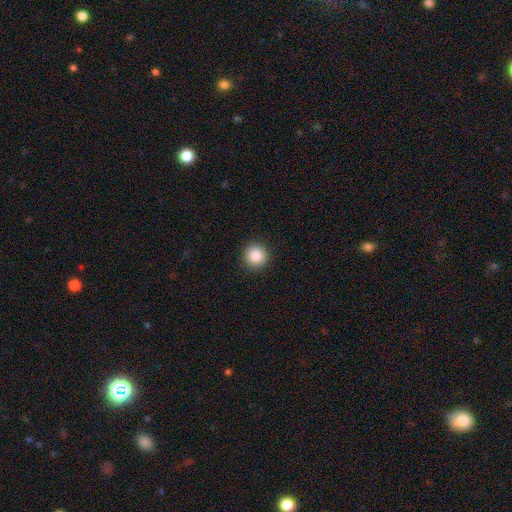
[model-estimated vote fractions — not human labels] This appears to be a smooth galaxy with no disk features (85%) that is round (95%). Merging: none (93%).